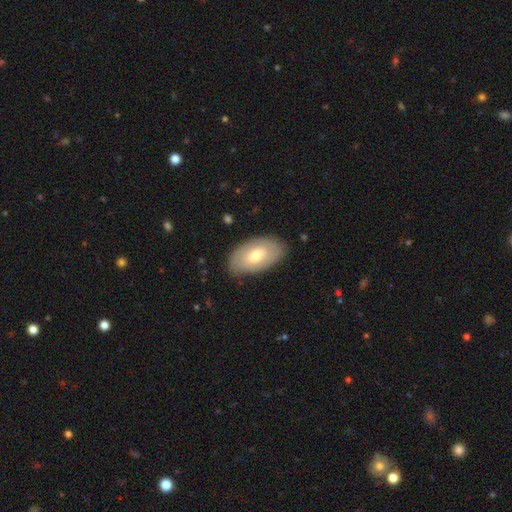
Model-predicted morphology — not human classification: This is possibly a smooth galaxy (50%). How rounded: clearly in between (94%). Merging: clearly none (83%).